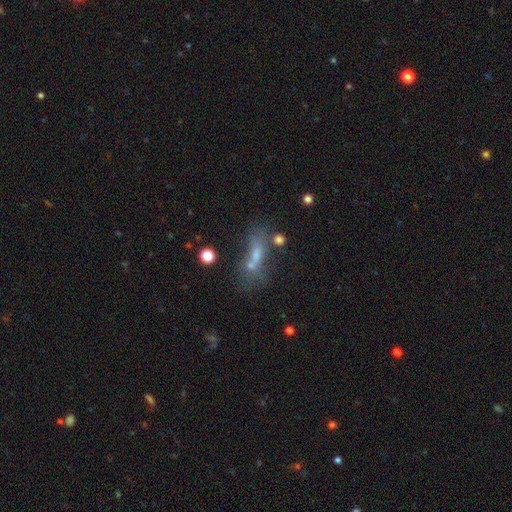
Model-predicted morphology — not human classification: Overall: smooth (49%; featured or disk 29%). Merging: none (40%; merger 26%).